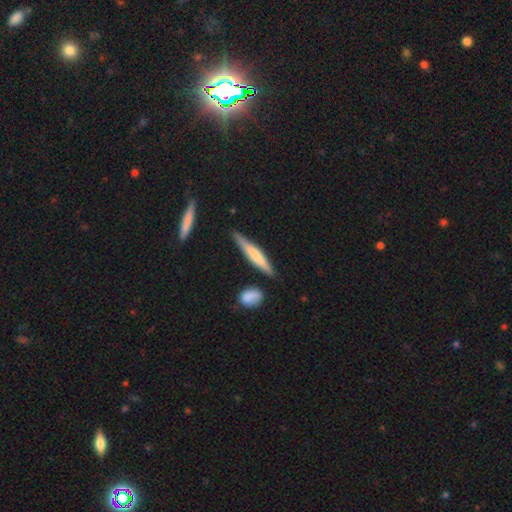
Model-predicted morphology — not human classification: Smooth or featured? smooth (55%)
How rounded? cigar-shaped (89%)
Merging? none (78%)